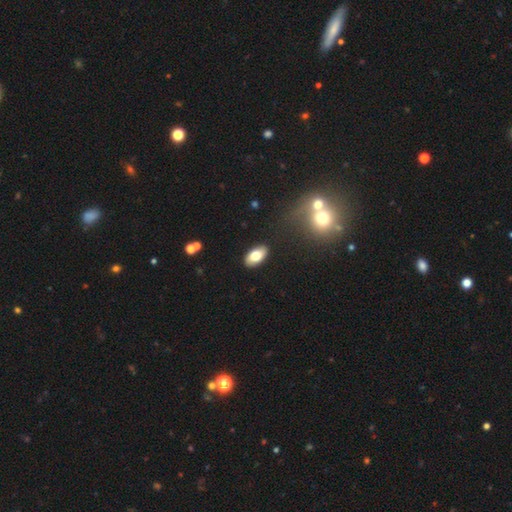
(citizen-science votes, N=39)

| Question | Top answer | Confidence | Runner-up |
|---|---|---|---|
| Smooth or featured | smooth | 74% | featured or disk (18%) |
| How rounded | in between | 90% | cigar-shaped (10%) |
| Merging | none | 83% | minor disturbance (8%) |